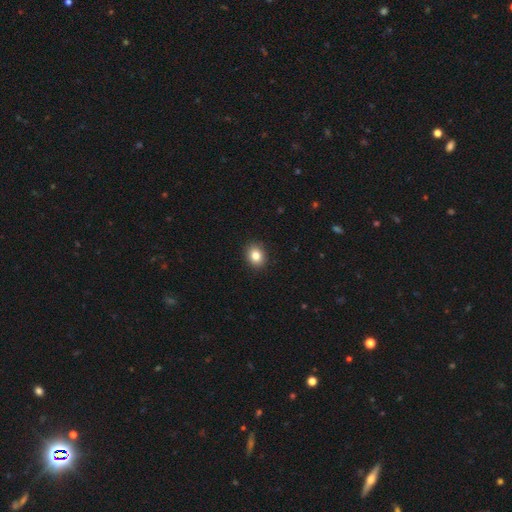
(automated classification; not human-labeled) Smooth or featured: smooth — 83% (star or artifact — 10%)
How rounded: round — 56% (in between — 43%)
Merging: none — 91% (minor disturbance — 6%)